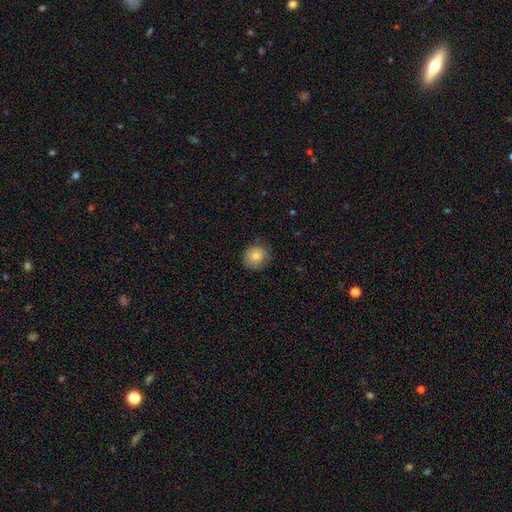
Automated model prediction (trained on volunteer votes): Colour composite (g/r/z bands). It shows a smooth galaxy with no disk features (84%) that is round (83%). Merging: none (76%).